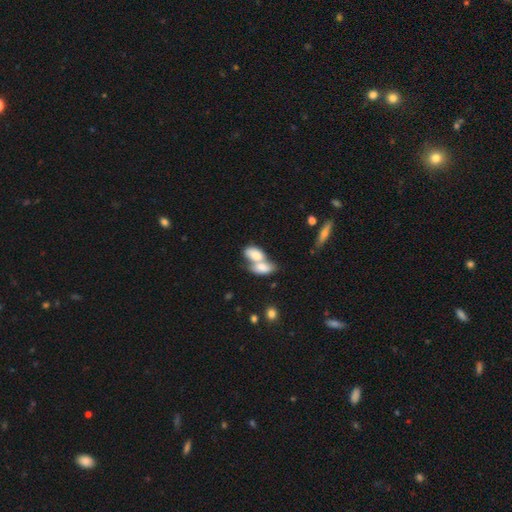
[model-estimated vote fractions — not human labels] A smooth galaxy with no disk features (76%) that is in between round and cigar-shaped (88%). Merging: merger (73%).